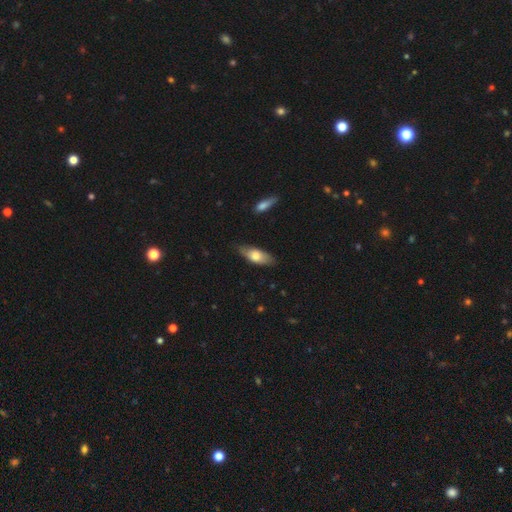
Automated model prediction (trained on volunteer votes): The model was most divided on "smooth or featured": smooth: 68%, featured or disk: 27%, star or artifact: 6%. More confident: merging — none (77%); how rounded — in between (75%).